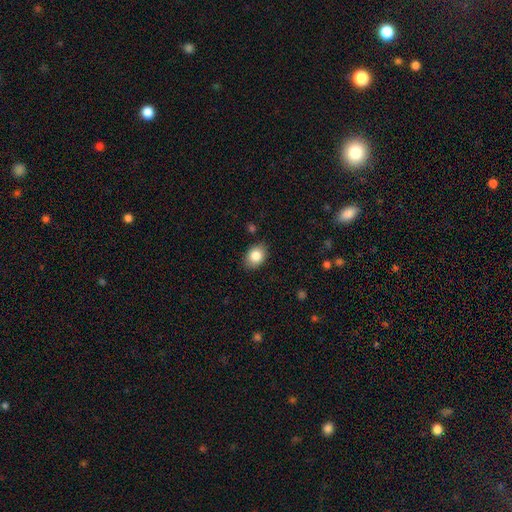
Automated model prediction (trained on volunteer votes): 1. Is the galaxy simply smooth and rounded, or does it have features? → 84% smooth, 8% star or artifact, 7% featured or disk.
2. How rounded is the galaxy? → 69% in between, 30% round, 1% cigar-shaped.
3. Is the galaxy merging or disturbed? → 84% none, 12% minor disturbance, 3% major disturbance, 1% merger.